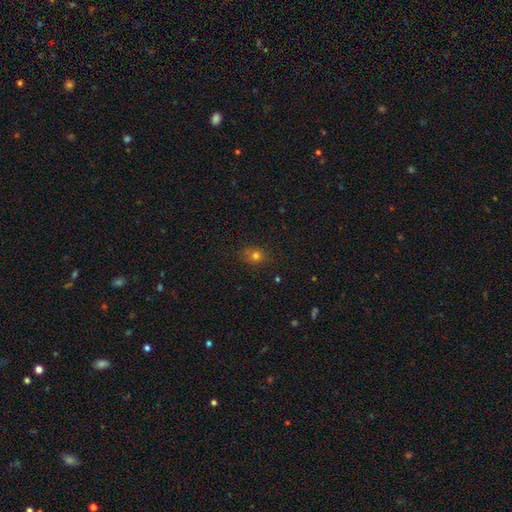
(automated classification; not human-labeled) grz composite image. It shows a smooth galaxy with no disk features (72%) that is round (61%). Merging: none (80%).